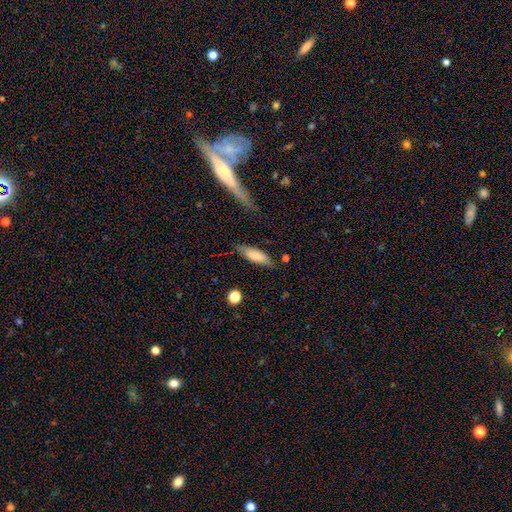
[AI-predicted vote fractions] Morphology: type=smooth (77%); roundness=in between (54%); merging=none (76%).